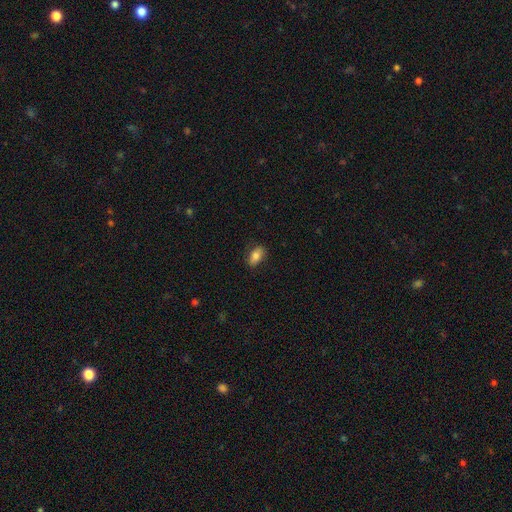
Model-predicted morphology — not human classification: Smooth or featured? Predicted: smooth (p=0.80). How rounded? Predicted: in between (p=0.88). Merging? Predicted: none (p=0.80).